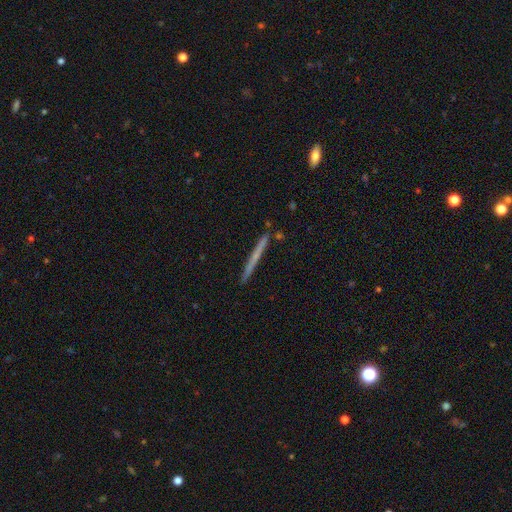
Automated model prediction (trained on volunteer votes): Smooth or featured: smooth — 48% (featured or disk — 45%)
Merging: none — 91% (minor disturbance — 6%)